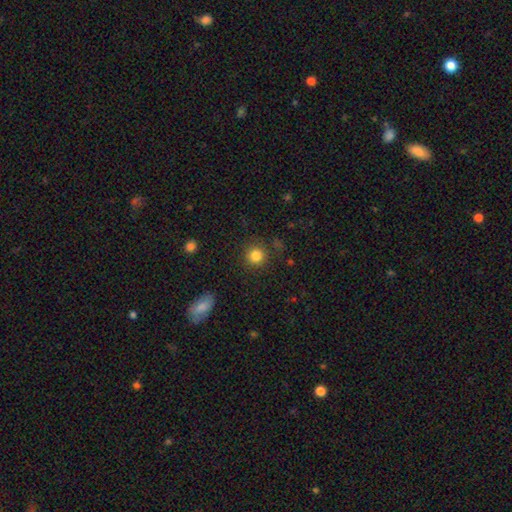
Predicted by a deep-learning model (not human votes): A smooth galaxy with no disk features (84%) that is round (93%). Merging: none (87%).